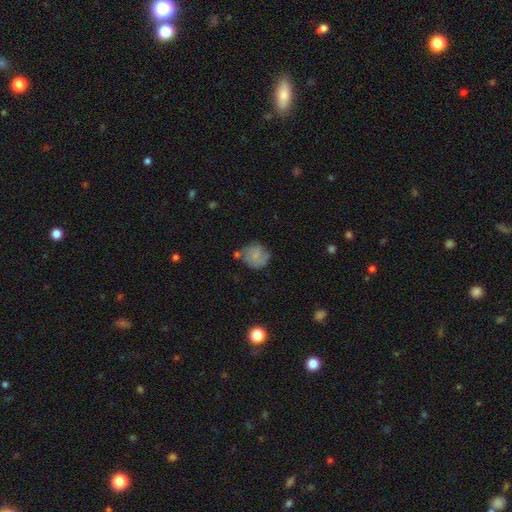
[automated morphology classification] A smooth galaxy with no disk features (56%) that is round (79%). Merging: none (58%).